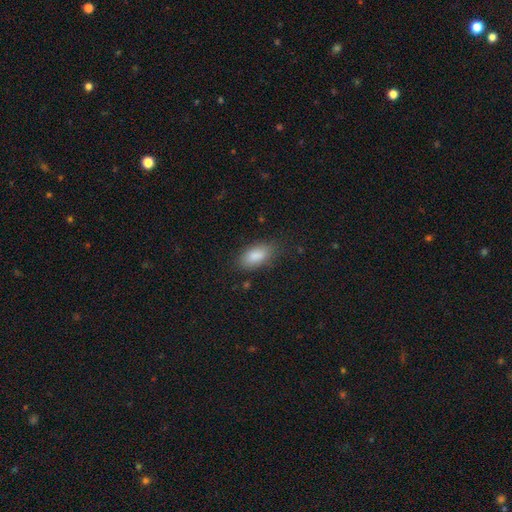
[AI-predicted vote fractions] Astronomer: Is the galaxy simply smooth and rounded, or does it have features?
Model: smooth — 87%.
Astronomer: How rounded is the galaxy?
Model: in between — 90%.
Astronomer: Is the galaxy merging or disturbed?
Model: none — 78%.